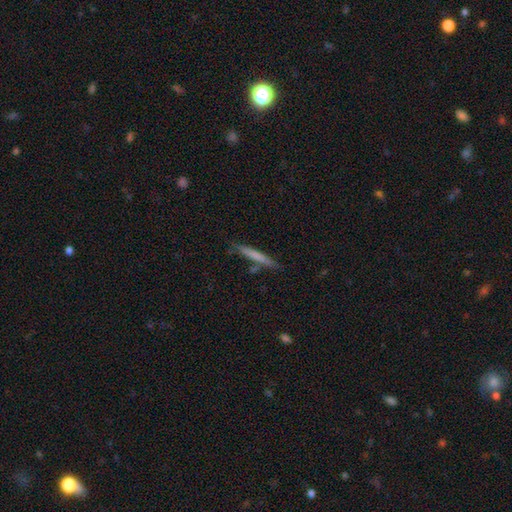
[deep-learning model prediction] smooth-or-featured: smooth: 65% | featured or disk: 29% | star or artifact: 6%
  how-rounded: cigar-shaped: 95% | in between: 3% | round: 1%
  merging: none: 82% | minor disturbance: 11% | merger: 5% | major disturbance: 2%